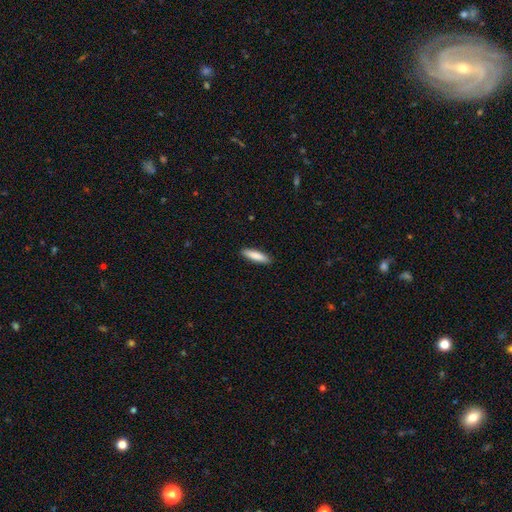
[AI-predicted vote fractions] This is clearly a smooth galaxy (85%). How rounded: likely cigar-shaped (72%). Merging: clearly none (90%).